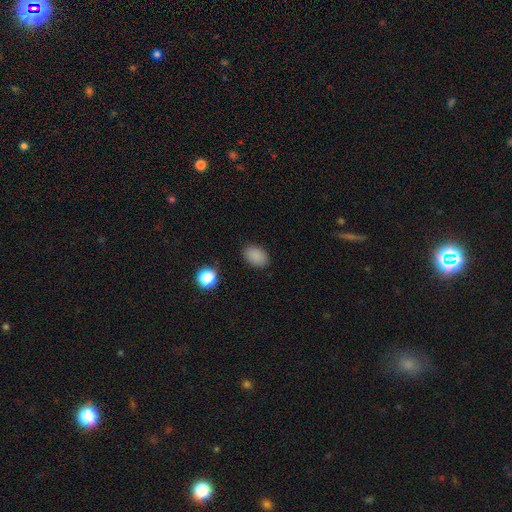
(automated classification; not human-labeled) smooth 85%, star or artifact 11%, featured or disk 4%. Down the decision tree: how rounded — in between (80%); merging — none (85%).